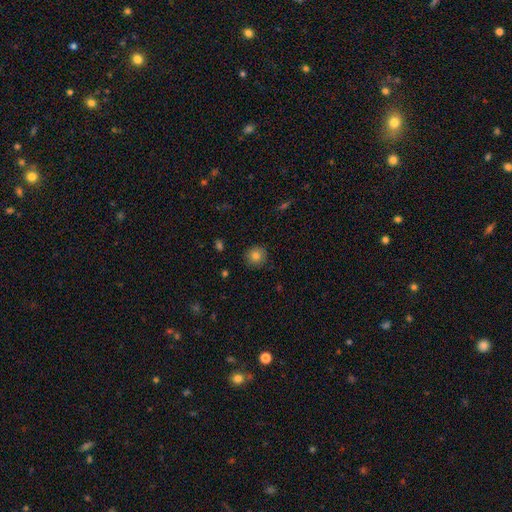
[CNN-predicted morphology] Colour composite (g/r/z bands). It shows a smooth galaxy with no disk features (82%) that is round (91%). Merging: none (89%).